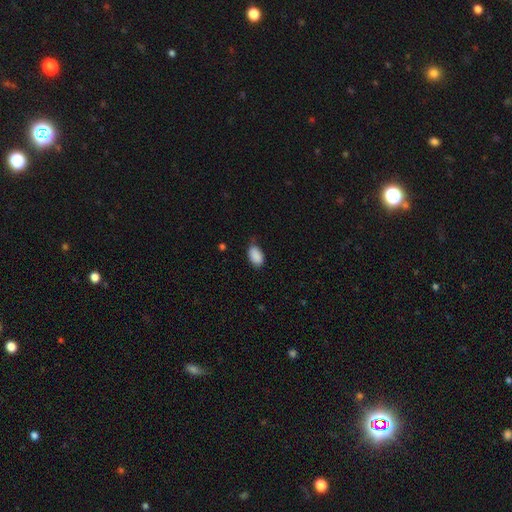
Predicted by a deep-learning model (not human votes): Overall: smooth (89%). How rounded: in between (92%). Merging: none (67%; minor disturbance 27%).